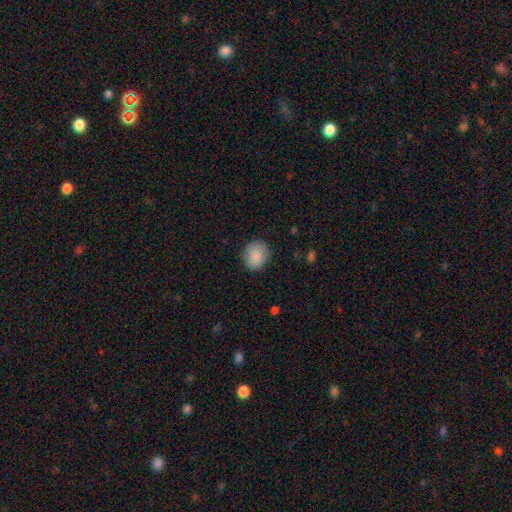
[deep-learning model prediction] Q: Smooth or featured?
A: smooth (88%); runner-up: star or artifact (7%)
Q: How rounded?
A: round (73%); runner-up: in between (26%)
Q: Merging?
A: none (84%); runner-up: minor disturbance (12%)